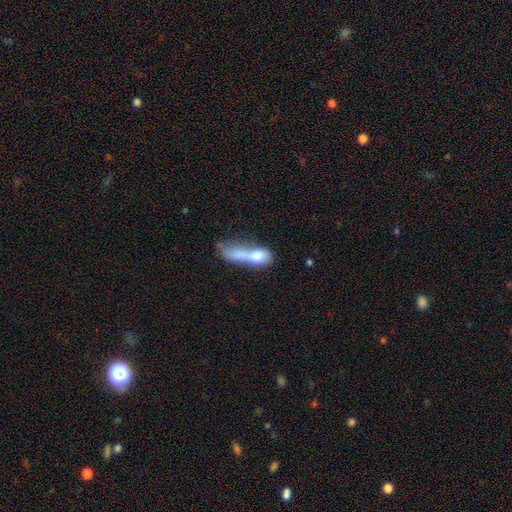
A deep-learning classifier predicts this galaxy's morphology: Smooth or featured: smooth — 58% (featured or disk — 31%)
How rounded: cigar-shaped — 56% (in between — 37%)
Merging: merger — 51% (major disturbance — 19%)